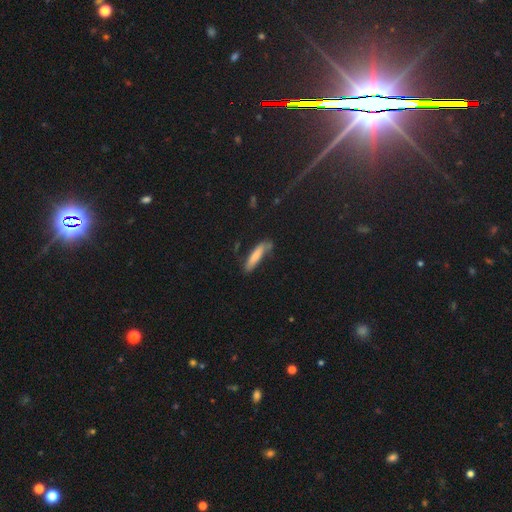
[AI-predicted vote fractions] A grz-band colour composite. It shows a smooth galaxy with no disk features (73%) that is cigar-shaped (82%). Merging: none (67%).